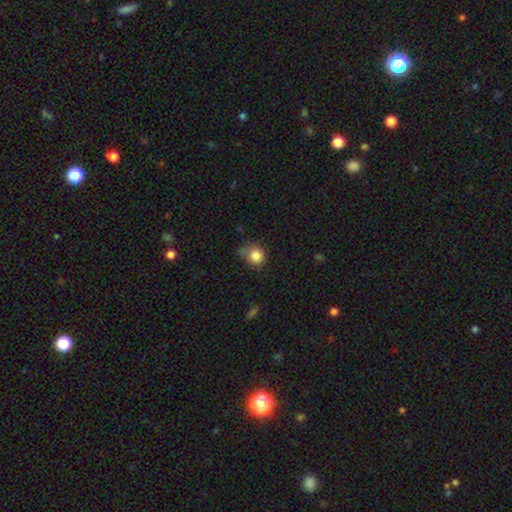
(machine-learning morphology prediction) type=smooth (84%); roundness=round (83%); merging=none (56%).